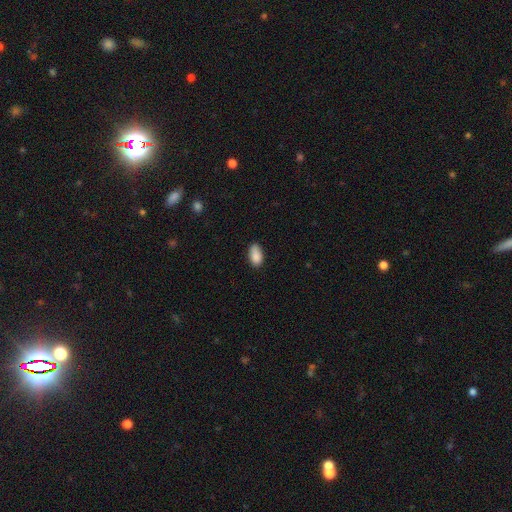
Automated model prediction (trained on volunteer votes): smooth-or-featured: smooth: 88% | star or artifact: 8% | featured or disk: 4%
  how-rounded: in between: 93% | round: 4% | cigar-shaped: 3%
  merging: none: 74% | minor disturbance: 21% | major disturbance: 3% | merger: 1%